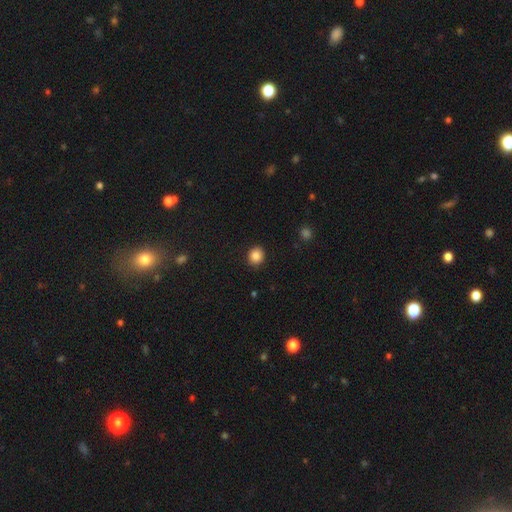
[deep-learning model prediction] This is clearly a smooth galaxy (85%). How rounded: likely round (78%). Merging: clearly none (90%).